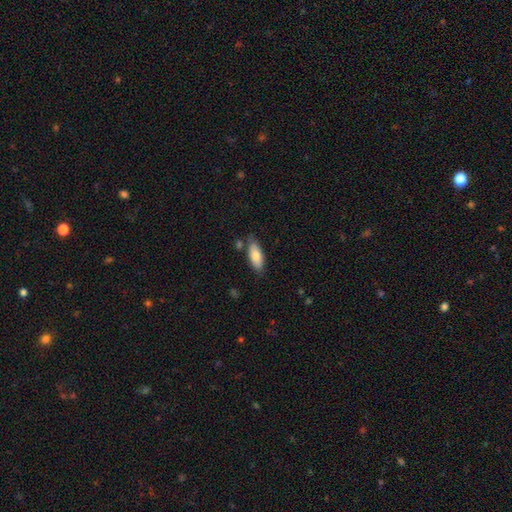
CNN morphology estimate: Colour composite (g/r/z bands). It shows a smooth galaxy with no disk features (80%) that is in between round and cigar-shaped (77%). Merging: none (75%).